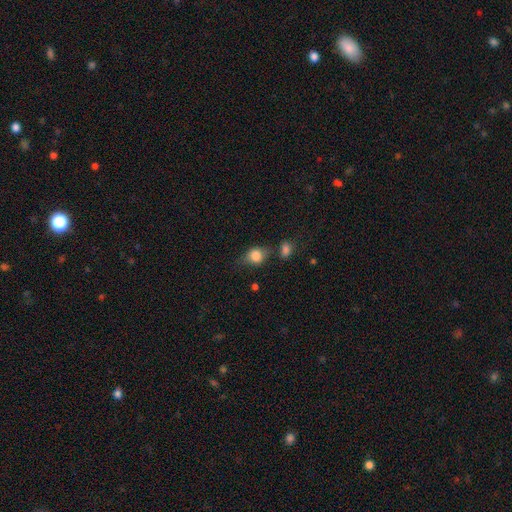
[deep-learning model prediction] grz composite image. It shows a smooth galaxy with no disk features (78%) that is round (52%). Merging: none (54%).